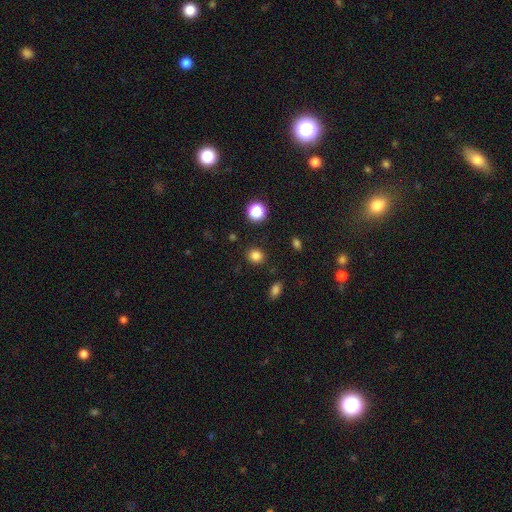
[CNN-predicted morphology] Smooth or featured? smooth (82%)
How rounded? round (81%)
Merging? none (88%)